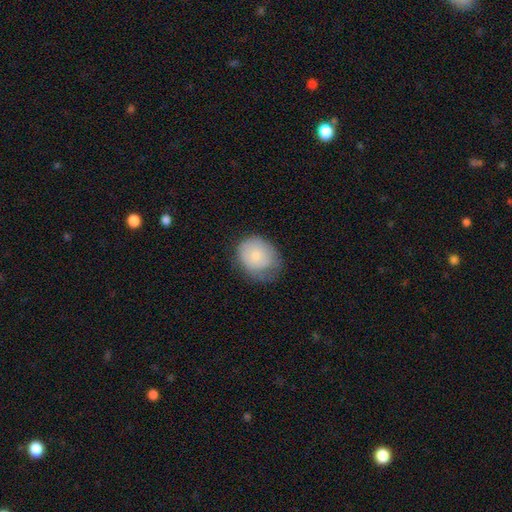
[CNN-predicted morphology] smooth_or_featured: smooth (p=0.75) [alt: featured or disk p=0.18]
how_rounded: round (p=0.59) [alt: in between p=0.41]
merging: none (p=0.46) [alt: minor disturbance p=0.37]